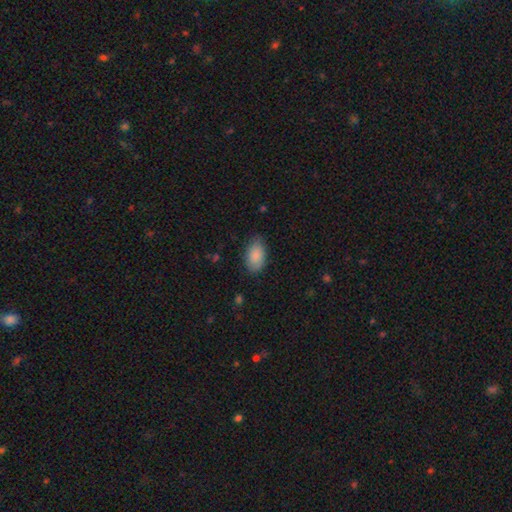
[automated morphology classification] A smooth galaxy with no disk features (86%) that is in between round and cigar-shaped (93%).

Vote fractions:
- Smooth or featured? smooth: 86% / featured or disk: 8% / star or artifact: 6%
- How rounded? in between: 93% / round: 6% / cigar-shaped: 2%
- Merging? none: 79% / minor disturbance: 16% / major disturbance: 3% / merger: 1%